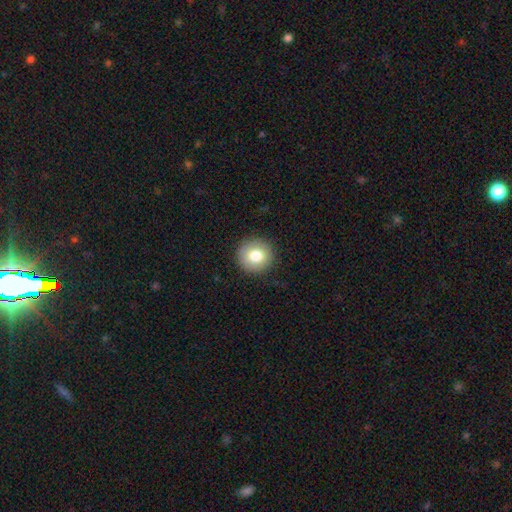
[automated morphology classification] smooth_or_featured: smooth (p=0.80) [alt: featured or disk p=0.12]
how_rounded: round (p=0.94) [alt: in between p=0.05]
merging: none (p=0.90) [alt: minor disturbance p=0.07]